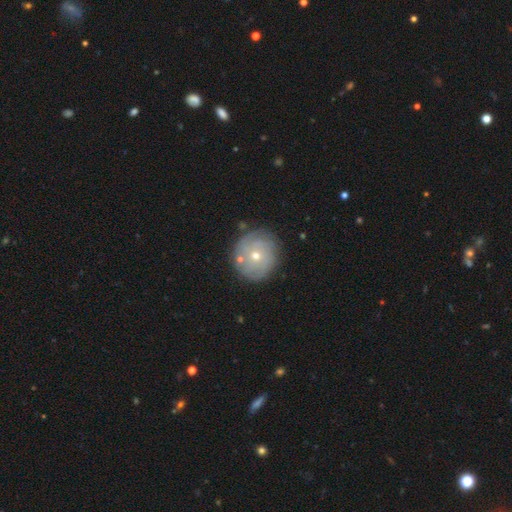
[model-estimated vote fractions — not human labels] Morphology: type=featured or disk (60%); edge-on=no (97%); bar=no (85%); spiral arms=yes (77%); bulge=small (57%); merging=none (81%).